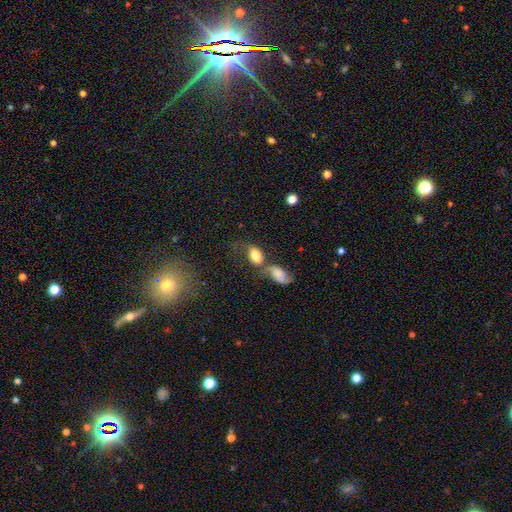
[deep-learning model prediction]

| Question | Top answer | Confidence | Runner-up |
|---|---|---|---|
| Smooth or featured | smooth | 75% | featured or disk (16%) |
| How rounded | in between | 86% | round (11%) |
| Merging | merger | 46% | none (27%) |